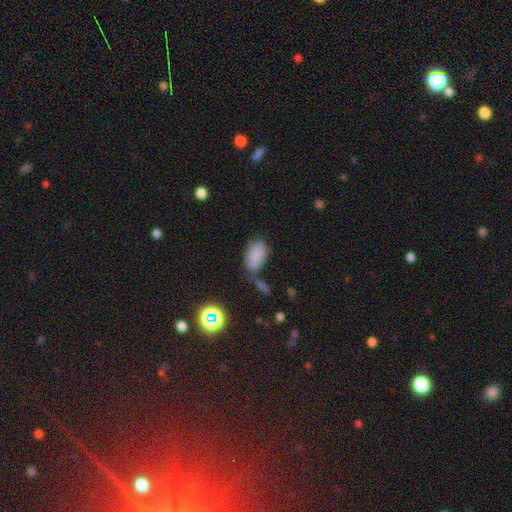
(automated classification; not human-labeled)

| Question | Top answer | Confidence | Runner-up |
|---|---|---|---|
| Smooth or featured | smooth | 82% | star or artifact (11%) |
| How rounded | in between | 92% | round (7%) |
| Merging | none | 57% | minor disturbance (20%) |